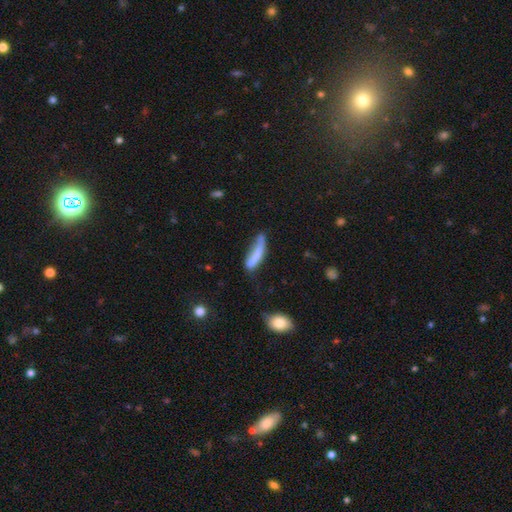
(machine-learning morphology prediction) type=smooth (72%); roundness=cigar-shaped (72%); merging=none (35%, tied with minor disturbance).